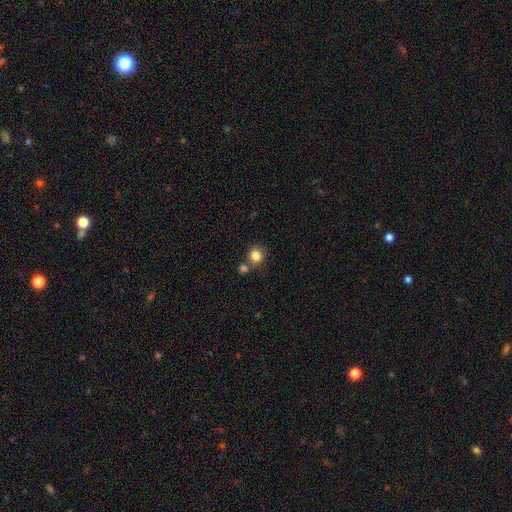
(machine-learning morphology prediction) Smooth or featured? smooth (83%)
How rounded? round (88%)
Merging? none (68%)